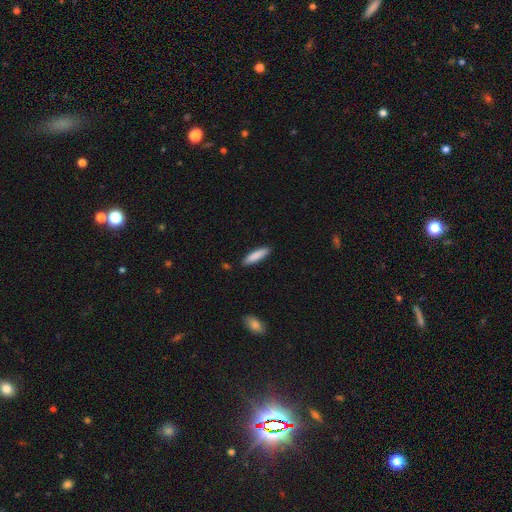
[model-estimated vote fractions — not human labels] This appears to be a smooth galaxy with no disk features (86%) that is cigar-shaped (75%). Merging: none (88%).